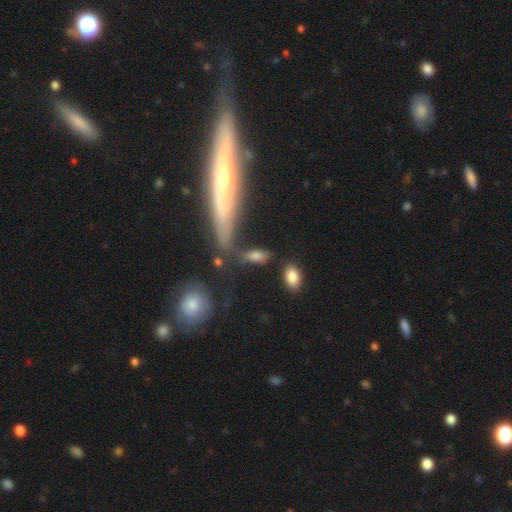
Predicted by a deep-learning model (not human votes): Overall: smooth (72%). How rounded: in between (71%). Merging: none (59%).